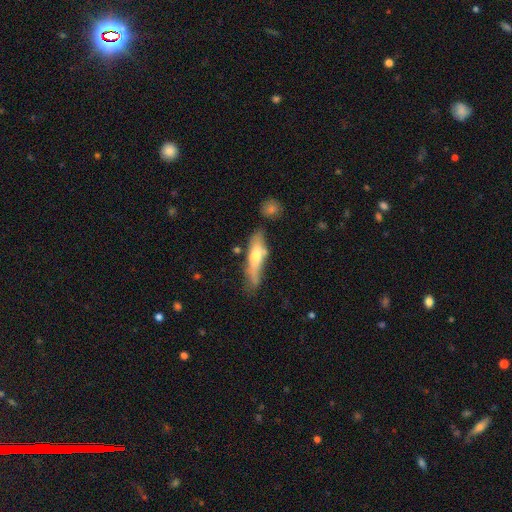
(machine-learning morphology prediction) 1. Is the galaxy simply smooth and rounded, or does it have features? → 48% smooth, 45% featured or disk, 7% star or artifact.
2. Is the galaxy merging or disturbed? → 56% none, 27% minor disturbance, 9% major disturbance, 8% merger.